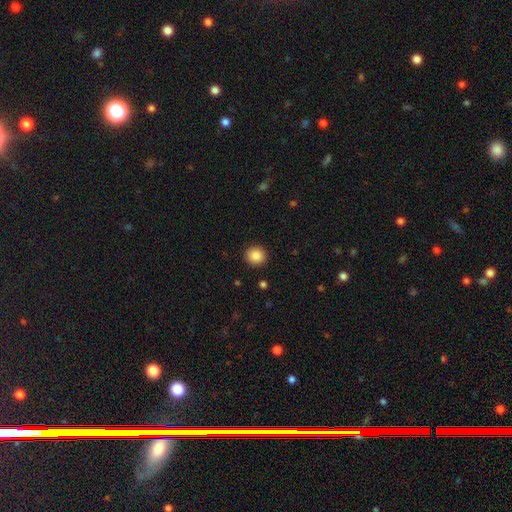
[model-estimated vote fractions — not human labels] Smooth or featured? Predicted: smooth (p=0.88). How rounded? Predicted: round (p=0.90). Merging? Predicted: none (p=0.92).